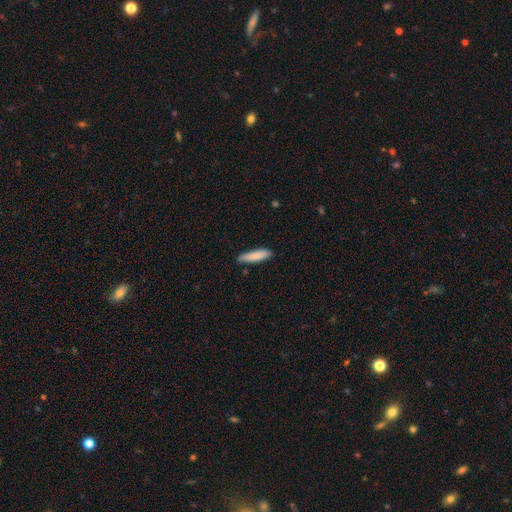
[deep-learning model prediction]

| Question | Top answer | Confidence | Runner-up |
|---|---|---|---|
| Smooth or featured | smooth | 85% | featured or disk (9%) |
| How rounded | cigar-shaped | 74% | in between (24%) |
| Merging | none | 83% | minor disturbance (13%) |